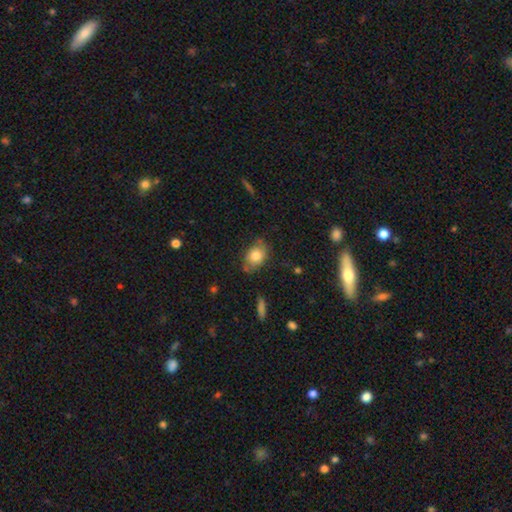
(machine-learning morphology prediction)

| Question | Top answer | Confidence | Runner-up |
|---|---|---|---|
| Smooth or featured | smooth | 79% | featured or disk (13%) |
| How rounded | in between | 74% | round (24%) |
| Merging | none | 70% | minor disturbance (22%) |